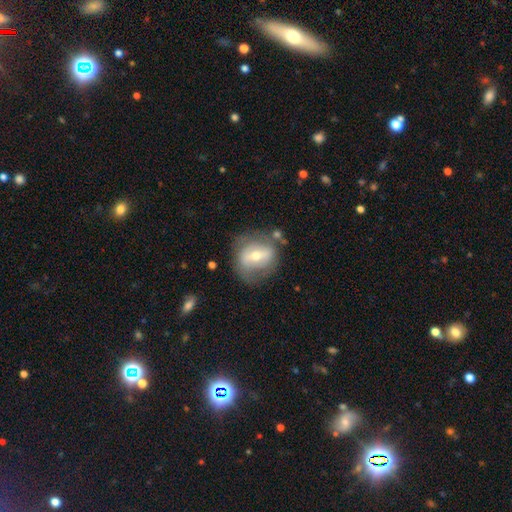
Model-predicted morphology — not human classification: smooth-or-featured: featured or disk: 54% | smooth: 38% | star or artifact: 7%
  disk-edge-on: no: 92% | yes: 8%
  merging: none: 64% | minor disturbance: 20% | major disturbance: 11% | merger: 6%